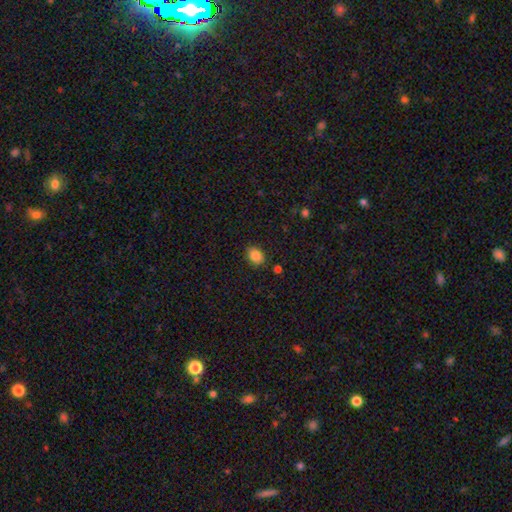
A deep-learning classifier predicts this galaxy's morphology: Smooth or featured?
  - smooth: 86% *
  - star or artifact: 9%
  - featured or disk: 4%
How rounded?
  - in between: 68% *
  - round: 31%
  - cigar-shaped: 1%
Merging?
  - none: 84% *
  - minor disturbance: 11%
  - major disturbance: 3%
  - merger: 2%